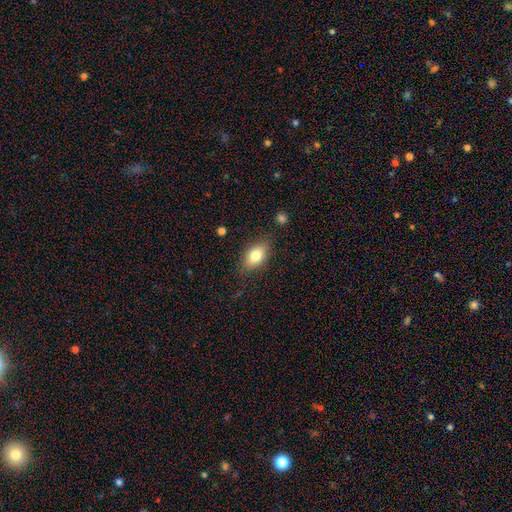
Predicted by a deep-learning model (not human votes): Q: Smooth or featured?
A: smooth (77%); runner-up: featured or disk (15%)
Q: How rounded?
A: in between (87%); runner-up: round (8%)
Q: Merging?
A: none (80%); runner-up: minor disturbance (15%)